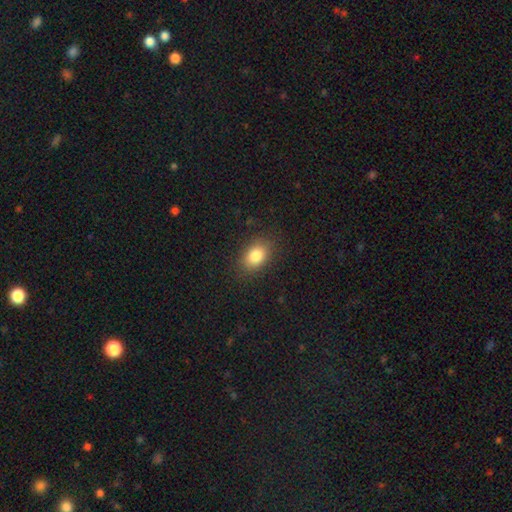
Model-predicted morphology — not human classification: Smooth or featured? Predicted: smooth (p=0.83). How rounded? Predicted: in between (p=0.79). Merging? Predicted: none (p=0.85).